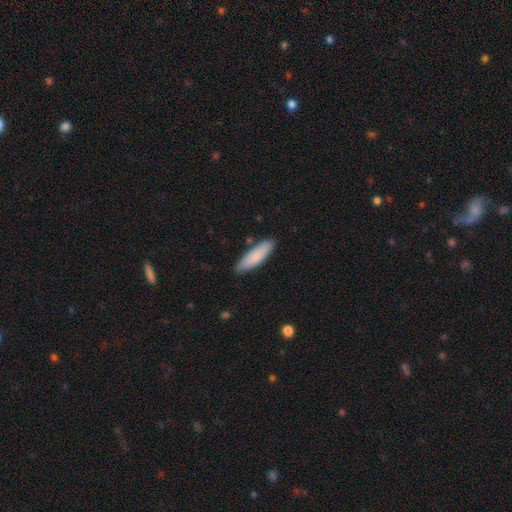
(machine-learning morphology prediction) Smooth or featured: smooth — 84% (featured or disk — 10%)
How rounded: cigar-shaped — 58% (in between — 41%)
Merging: none — 83% (minor disturbance — 12%)